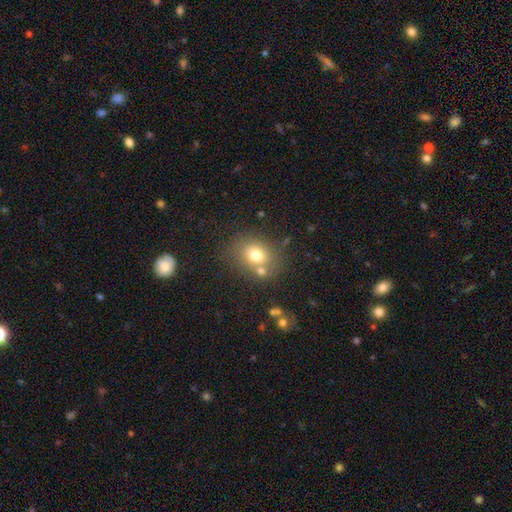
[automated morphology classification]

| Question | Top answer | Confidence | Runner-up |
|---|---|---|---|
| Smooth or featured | smooth | 72% | featured or disk (15%) |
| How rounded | round | 56% | in between (44%) |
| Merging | none | 63% | merger (19%) |